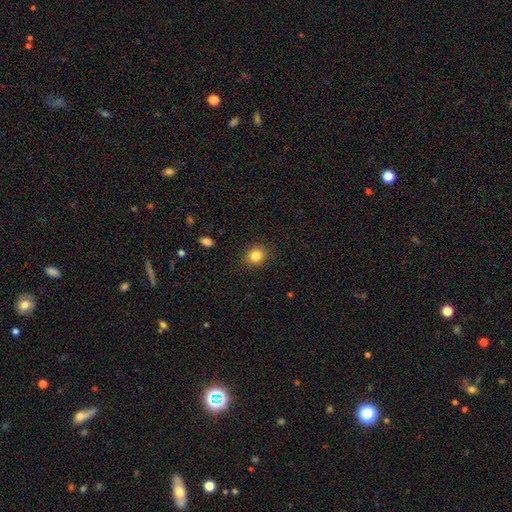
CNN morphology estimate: Smooth or featured: smooth — 84% (star or artifact — 11%)
How rounded: round — 69% (in between — 31%)
Merging: none — 86% (minor disturbance — 10%)